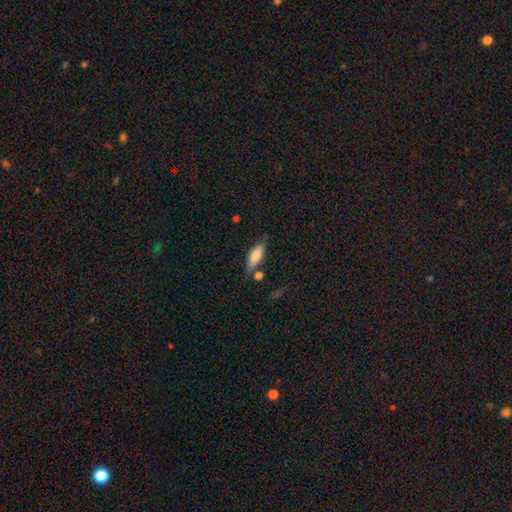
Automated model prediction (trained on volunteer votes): Morphology: type=smooth (77%); roundness=in between (62%); merging=none (65%).